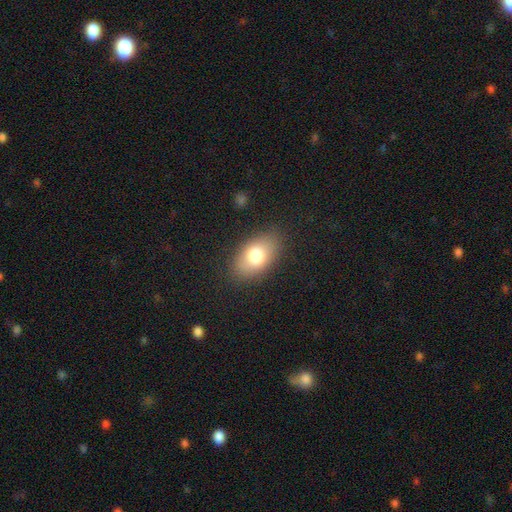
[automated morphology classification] Q: Smooth or featured?
A: smooth (76%); runner-up: featured or disk (15%)
Q: How rounded?
A: in between (89%); runner-up: round (9%)
Q: Merging?
A: none (82%); runner-up: minor disturbance (12%)